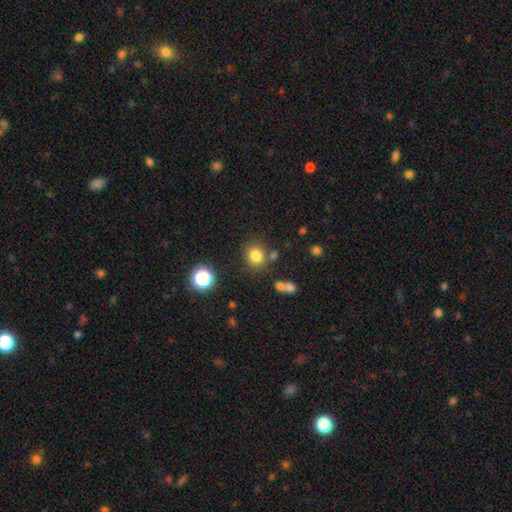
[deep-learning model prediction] A smooth galaxy with no disk features (80%) that is round (86%).

Vote fractions:
- Smooth or featured? smooth: 80% / star or artifact: 14% / featured or disk: 6%
- How rounded? round: 86% / in between: 13% / cigar-shaped: 1%
- Merging? none: 78% / minor disturbance: 10% / merger: 9% / major disturbance: 4%